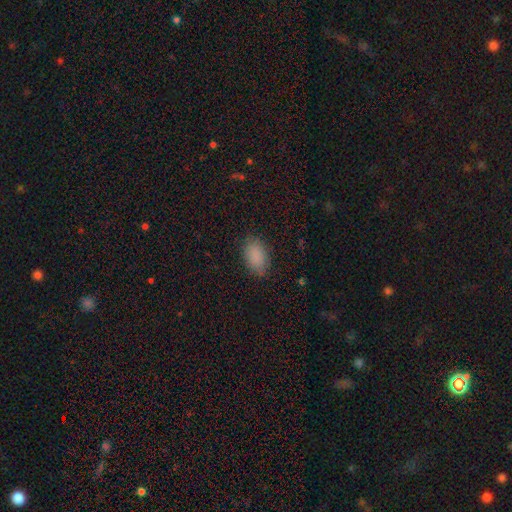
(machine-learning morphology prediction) smooth 88%, star or artifact 8%, featured or disk 4%. Down the decision tree: how rounded — in between (90%); merging — none (84%).